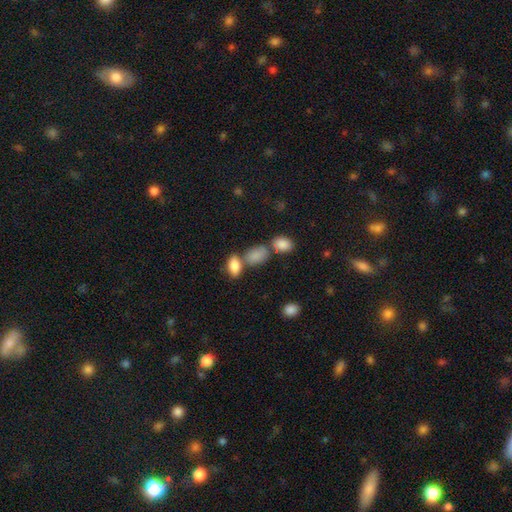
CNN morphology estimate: Smooth or featured? Predicted: smooth (p=0.83). How rounded? Predicted: in between (p=0.86). Merging? Predicted: none (p=0.49).